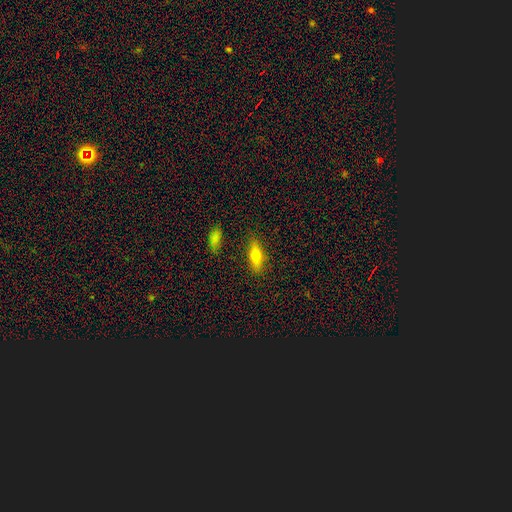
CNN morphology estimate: Q: Smooth or featured?
A: smooth (66%); runner-up: featured or disk (26%)
Q: How rounded?
A: in between (60%); runner-up: cigar-shaped (36%)
Q: Merging?
A: none (85%); runner-up: minor disturbance (10%)